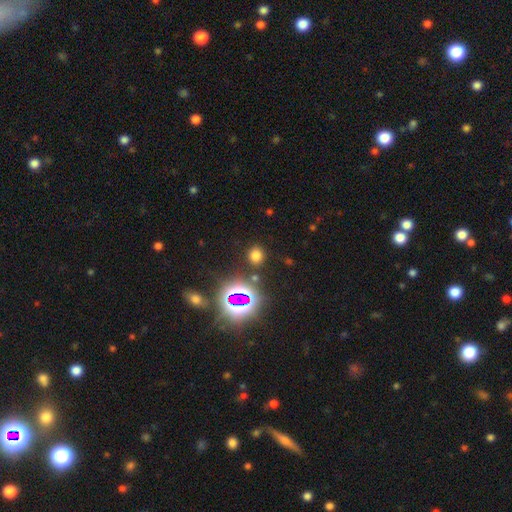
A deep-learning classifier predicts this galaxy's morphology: smooth-or-featured: smooth: 67% | star or artifact: 27% | featured or disk: 6%
  how-rounded: round: 77% | in between: 21% | cigar-shaped: 1%
  merging: none: 86% | minor disturbance: 7% | merger: 4% | major disturbance: 3%